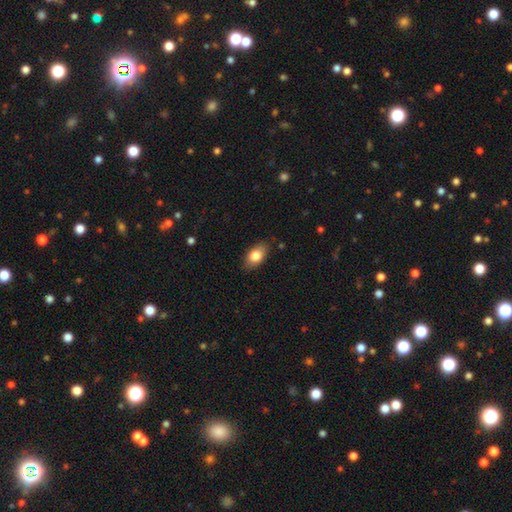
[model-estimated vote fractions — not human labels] This is clearly a smooth galaxy (81%). How rounded: clearly in between (89%). Merging: clearly none (83%).